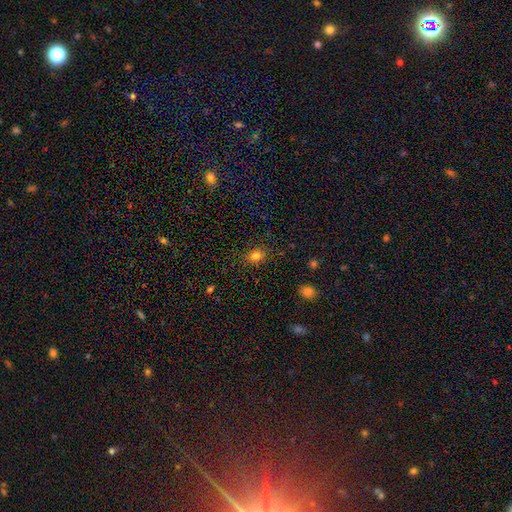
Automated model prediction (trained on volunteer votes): Smooth or featured: smooth — 80% (star or artifact — 14%)
How rounded: round — 56% (in between — 43%)
Merging: none — 84% (minor disturbance — 11%)